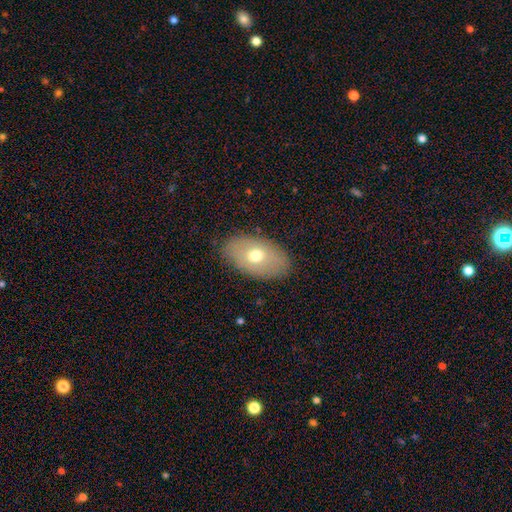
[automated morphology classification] Smooth or featured? smooth (66%)
How rounded? in between (91%)
Merging? none (85%)